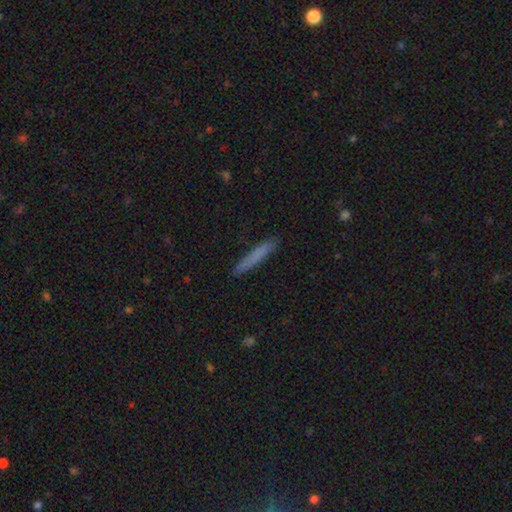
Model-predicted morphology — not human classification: The model was most divided on "smooth or featured": smooth: 76%, featured or disk: 18%, star or artifact: 6%. More confident: how rounded — cigar-shaped (96%); merging — none (89%).